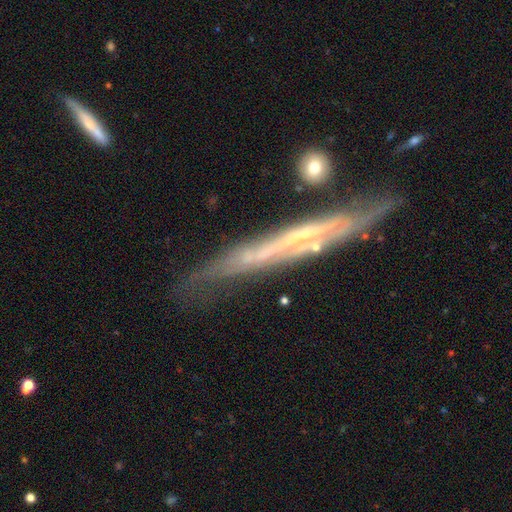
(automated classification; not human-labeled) A featured or disk galaxy (72%) viewed edge-on (88%) with no central bulge (72%). Merging: none (66%).